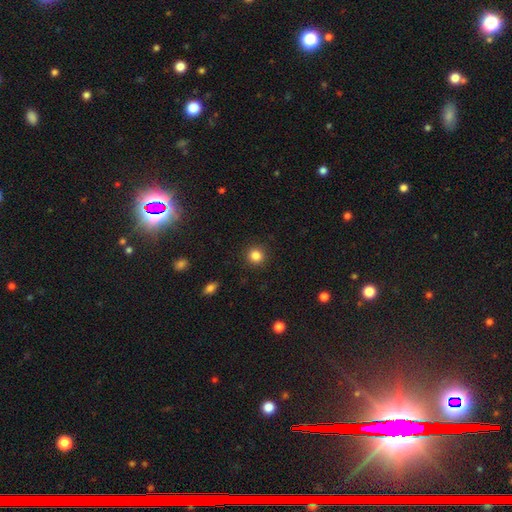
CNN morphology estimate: Smooth or featured? Predicted: smooth (p=0.84). How rounded? Predicted: round (p=0.93). Merging? Predicted: none (p=0.91).